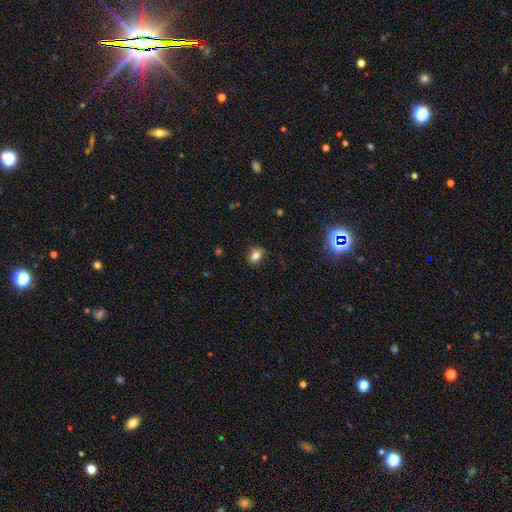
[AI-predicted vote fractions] smooth_or_featured: smooth (p=0.79) [alt: star or artifact p=0.12]
how_rounded: in between (p=0.59) [alt: round p=0.39]
merging: none (p=0.75) [alt: minor disturbance p=0.19]